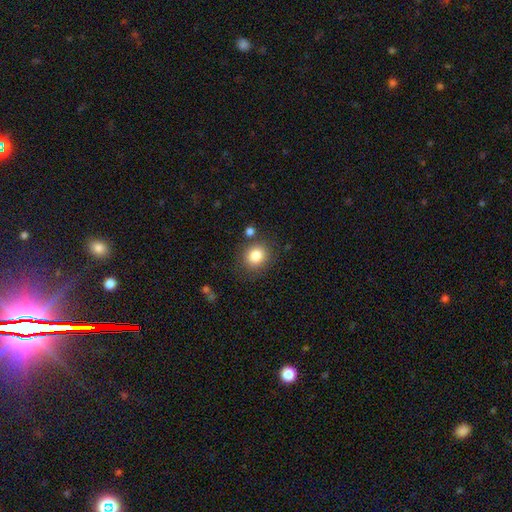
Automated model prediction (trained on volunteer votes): This appears to be a smooth galaxy with no disk features (83%) that is round (84%). Merging: none (82%).